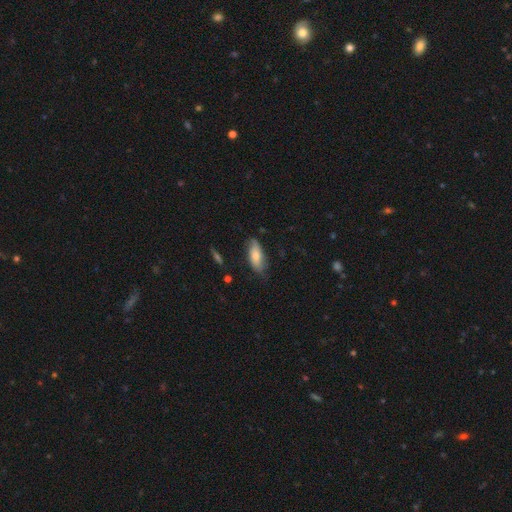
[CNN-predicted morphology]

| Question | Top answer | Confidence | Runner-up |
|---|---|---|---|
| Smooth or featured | smooth | 67% | featured or disk (26%) |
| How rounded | in between | 80% | cigar-shaped (18%) |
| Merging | none | 66% | minor disturbance (27%) |